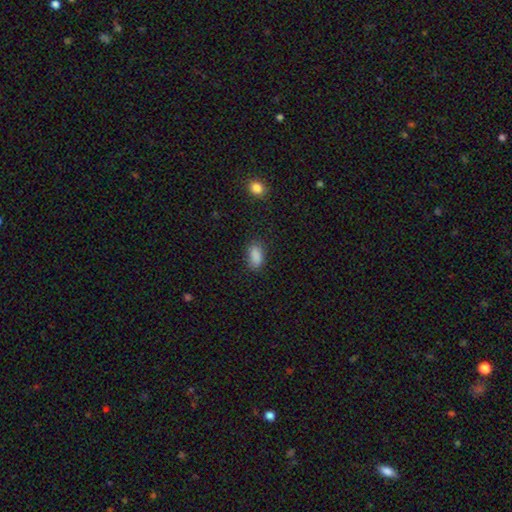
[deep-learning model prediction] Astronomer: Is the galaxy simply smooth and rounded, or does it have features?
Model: smooth — 87%.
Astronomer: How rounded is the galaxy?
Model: in between — 89%.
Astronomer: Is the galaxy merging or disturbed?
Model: none — 79%.